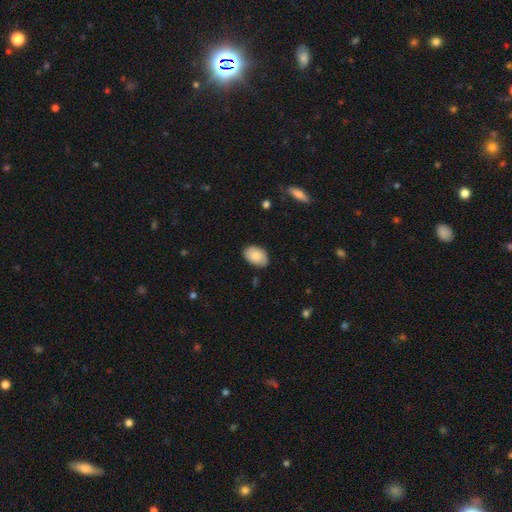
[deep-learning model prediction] Smooth or featured? smooth (83%)
How rounded? in between (90%)
Merging? none (82%)